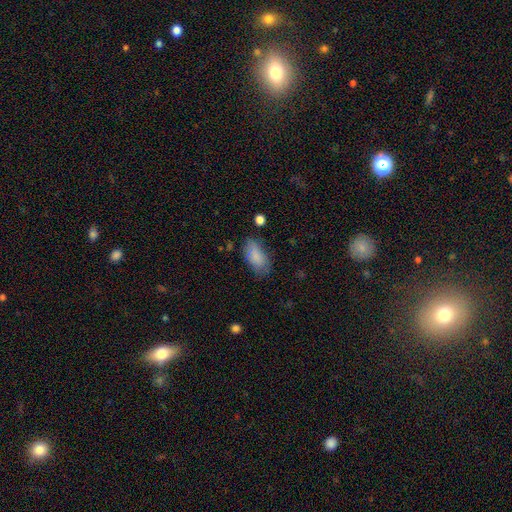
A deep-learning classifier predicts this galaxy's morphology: smooth-or-featured: smooth: 84% | featured or disk: 8% | star or artifact: 7%
  how-rounded: in between: 92% | cigar-shaped: 5% | round: 3%
  merging: none: 69% | minor disturbance: 22% | major disturbance: 6% | merger: 2%